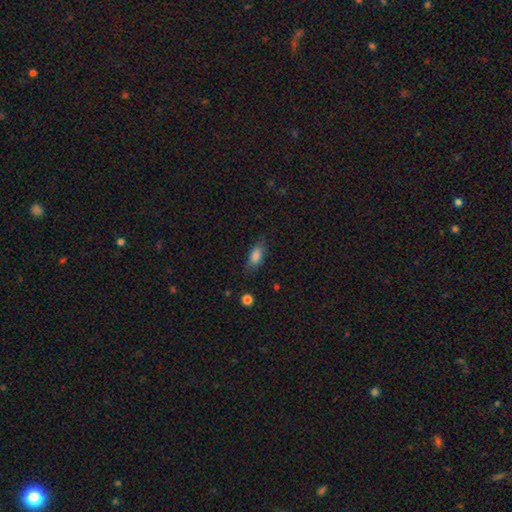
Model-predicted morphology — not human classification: smooth_or_featured: smooth (p=0.81) [alt: featured or disk p=0.11]
how_rounded: in between (p=0.81) [alt: cigar-shaped p=0.16]
merging: none (p=0.73) [alt: minor disturbance p=0.20]